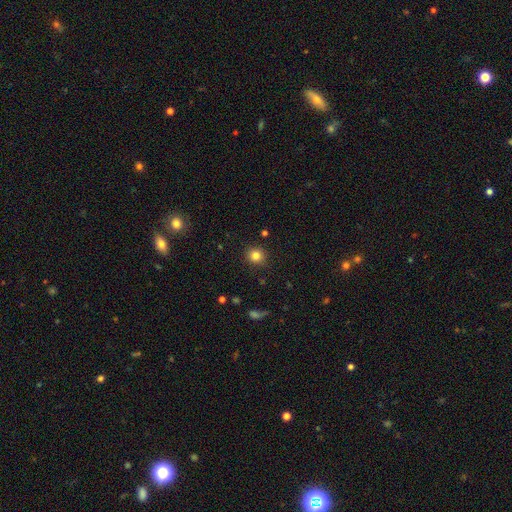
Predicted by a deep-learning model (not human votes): Overall: smooth (82%). How rounded: round (91%). Merging: none (90%).